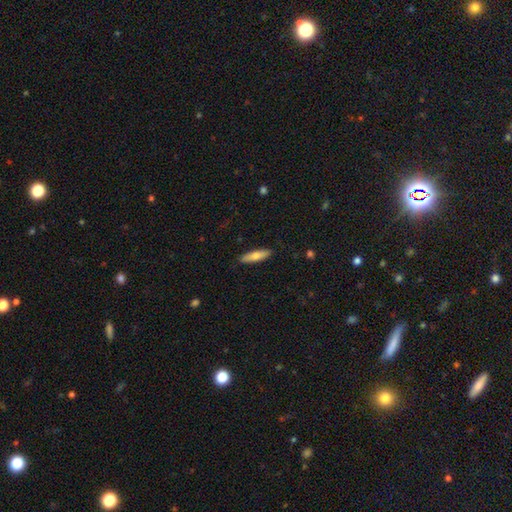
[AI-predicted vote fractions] Morphology: type=smooth (68%); roundness=cigar-shaped (69%); merging=none (89%).